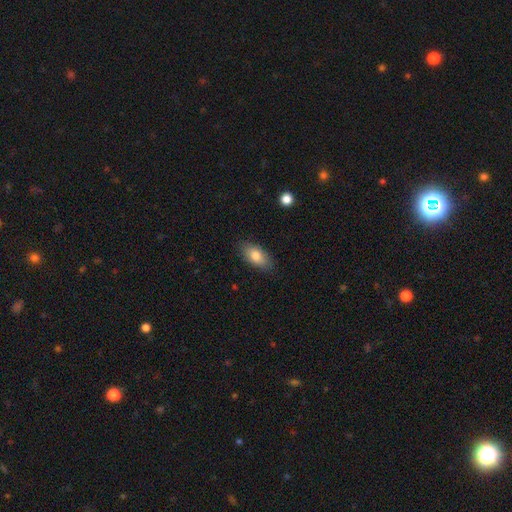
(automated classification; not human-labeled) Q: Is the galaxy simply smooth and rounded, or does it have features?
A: smooth — 80%.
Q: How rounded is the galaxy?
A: in between — 89%.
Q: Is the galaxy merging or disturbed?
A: none — 85%.